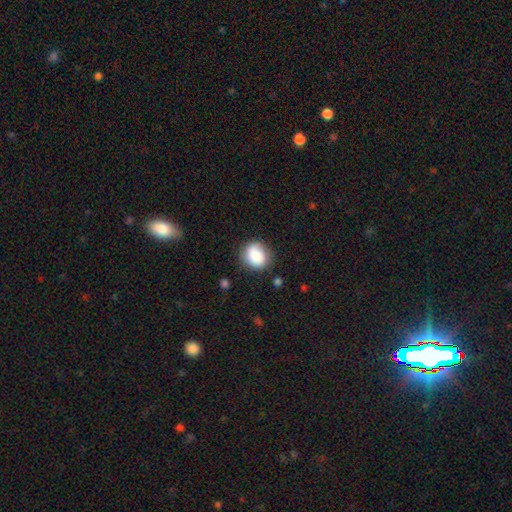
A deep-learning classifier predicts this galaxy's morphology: This appears to be a smooth galaxy with no disk features (84%) that is round (76%). Merging: none (72%).